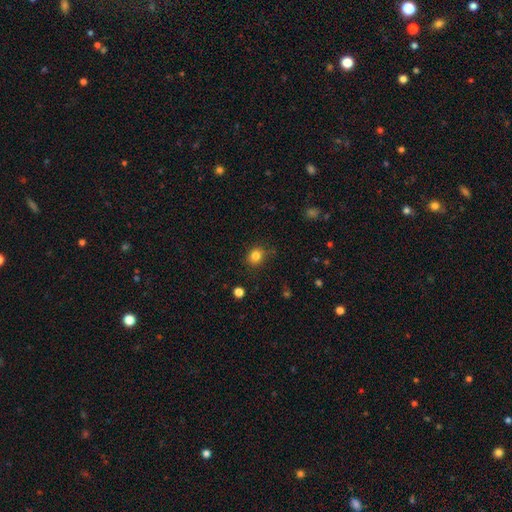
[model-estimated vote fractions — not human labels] smooth 82%, star or artifact 12%, featured or disk 5%. Down the decision tree: how rounded — round (75%); merging — none (82%).